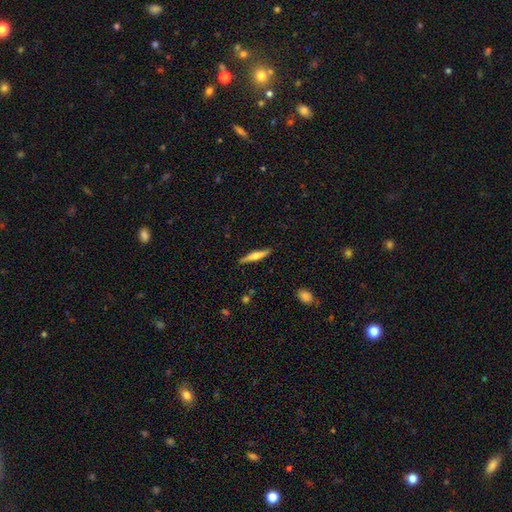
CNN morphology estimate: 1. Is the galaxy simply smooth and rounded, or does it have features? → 47% featured or disk (tied), 47% smooth (tied), 6% star or artifact.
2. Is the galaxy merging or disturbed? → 89% none, 8% minor disturbance, 2% major disturbance, 1% merger.